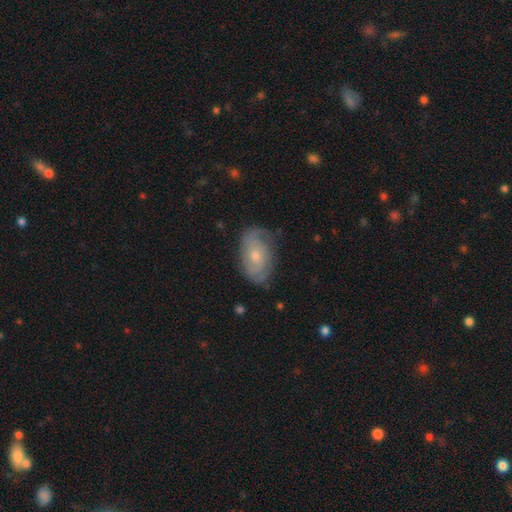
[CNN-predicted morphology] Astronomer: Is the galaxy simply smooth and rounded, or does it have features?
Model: featured or disk — 72%.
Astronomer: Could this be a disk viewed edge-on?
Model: no — 96%.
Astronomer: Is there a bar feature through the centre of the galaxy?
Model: no — 75%.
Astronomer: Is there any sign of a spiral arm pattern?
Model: yes — 89%.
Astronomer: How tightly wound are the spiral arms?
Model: tight — 54% (runner-up: medium, 33%).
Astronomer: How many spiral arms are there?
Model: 2 — 47% (runner-up: can't tell, 32%).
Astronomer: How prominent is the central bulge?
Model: small — 53% (runner-up: moderate, 43%).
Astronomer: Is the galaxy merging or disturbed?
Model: none — 71%.